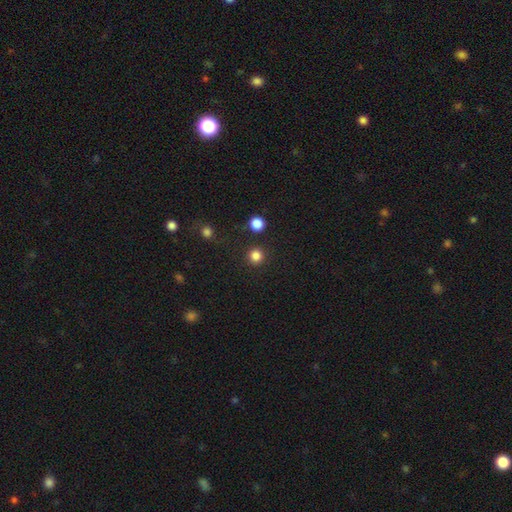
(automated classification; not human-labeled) smooth-or-featured: smooth: 83% | star or artifact: 13% | featured or disk: 4%
  how-rounded: round: 94% | in between: 5% | cigar-shaped: 1%
  merging: none: 90% | minor disturbance: 5% | merger: 3% | major disturbance: 2%